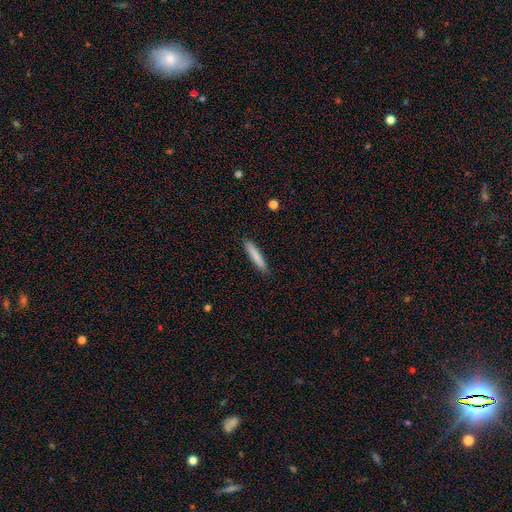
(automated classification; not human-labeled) smooth_or_featured: smooth (p=0.81) [alt: featured or disk p=0.12]
how_rounded: cigar-shaped (p=0.93) [alt: in between p=0.06]
merging: none (p=0.89) [alt: minor disturbance p=0.08]